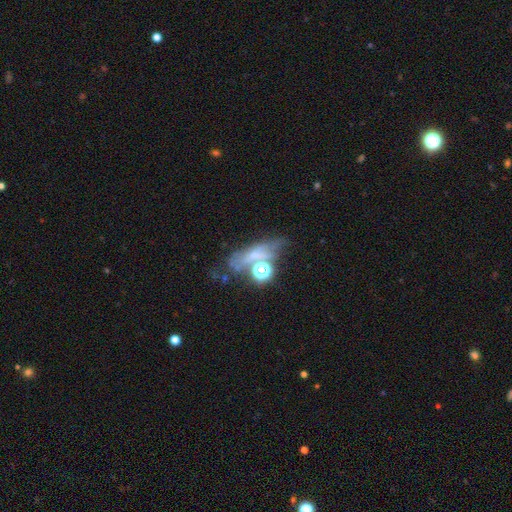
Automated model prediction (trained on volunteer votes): The model was most divided on "smooth or featured": smooth: 37%, featured or disk: 32%, star or artifact: 31%. Remaining: merging — none (46%).